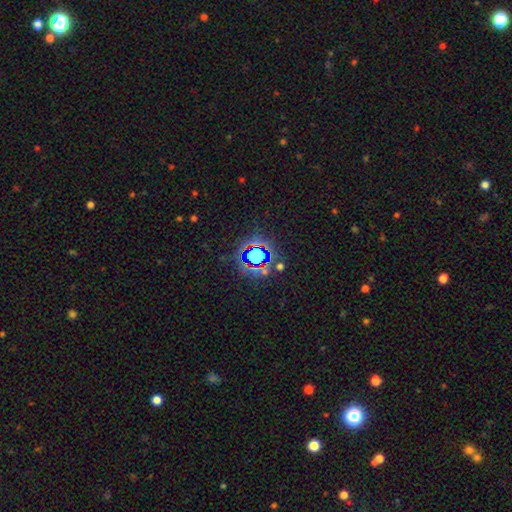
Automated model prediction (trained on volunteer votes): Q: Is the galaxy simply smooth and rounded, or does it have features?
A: star or artifact — 66%.